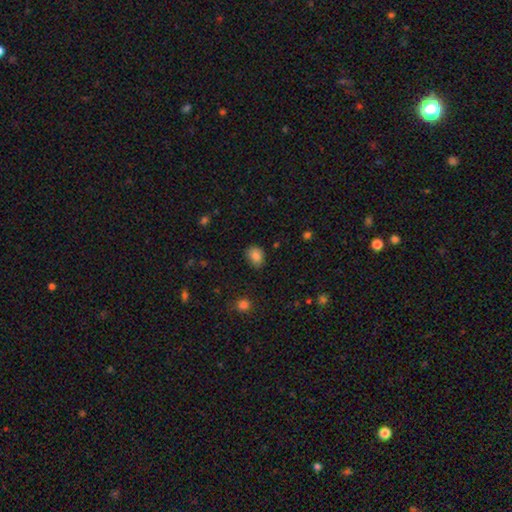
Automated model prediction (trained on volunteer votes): Smooth or featured: smooth — 83% (star or artifact — 10%)
How rounded: round — 52% (in between — 47%)
Merging: none — 77% (minor disturbance — 19%)